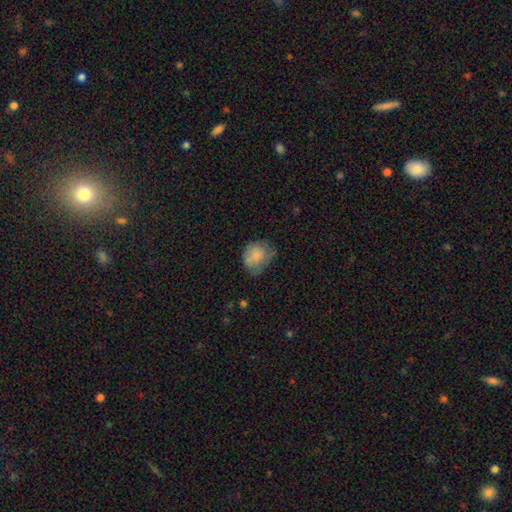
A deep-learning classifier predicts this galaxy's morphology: smooth-or-featured: smooth: 72% | featured or disk: 20% | star or artifact: 9%
  how-rounded: round: 64% | in between: 35% | cigar-shaped: 1%
  merging: none: 49% | minor disturbance: 33% | major disturbance: 15% | merger: 3%